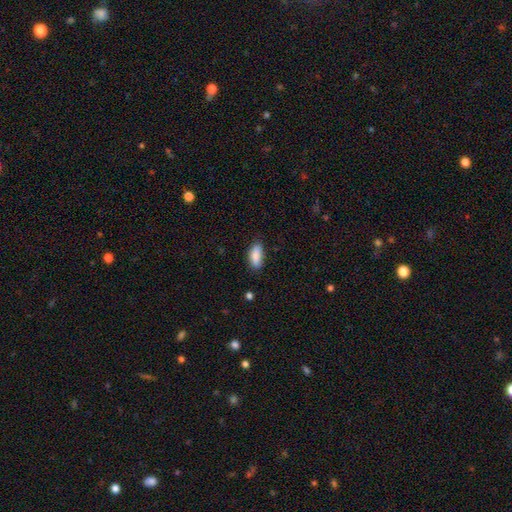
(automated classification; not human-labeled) Morphology: type=smooth (86%); roundness=in between (83%); merging=none (81%).